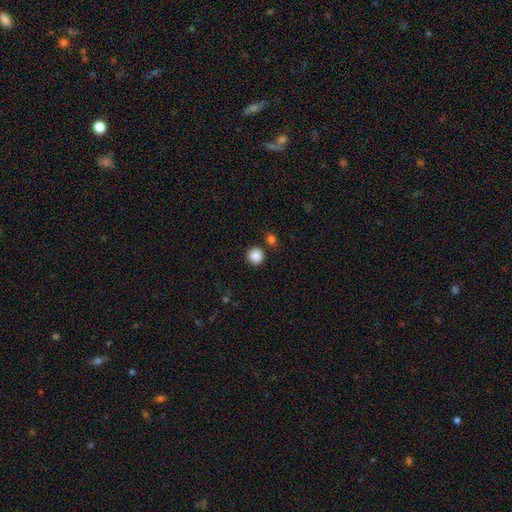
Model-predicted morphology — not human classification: smooth-or-featured: smooth: 88% | star or artifact: 9% | featured or disk: 3%
  how-rounded: round: 94% | in between: 5% | cigar-shaped: 1%
  merging: none: 85% | minor disturbance: 7% | merger: 6% | major disturbance: 2%